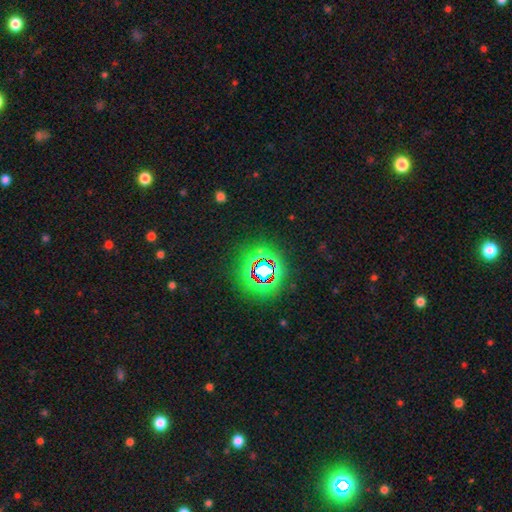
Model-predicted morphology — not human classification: Smooth or featured? star or artifact (62%)